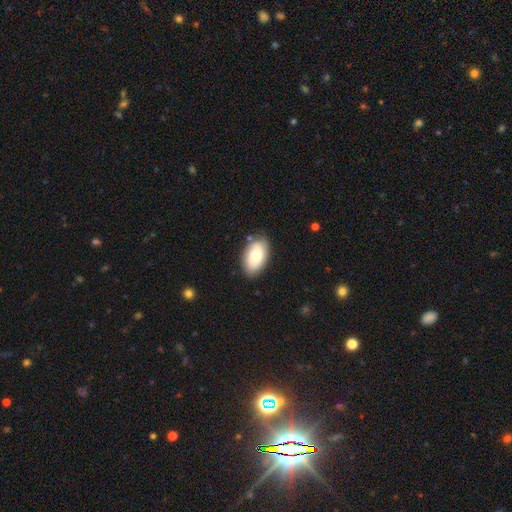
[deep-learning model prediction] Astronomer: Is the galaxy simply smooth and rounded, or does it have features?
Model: smooth — 81%.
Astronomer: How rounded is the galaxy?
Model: in between — 94%.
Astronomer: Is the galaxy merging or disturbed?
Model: none — 82%.